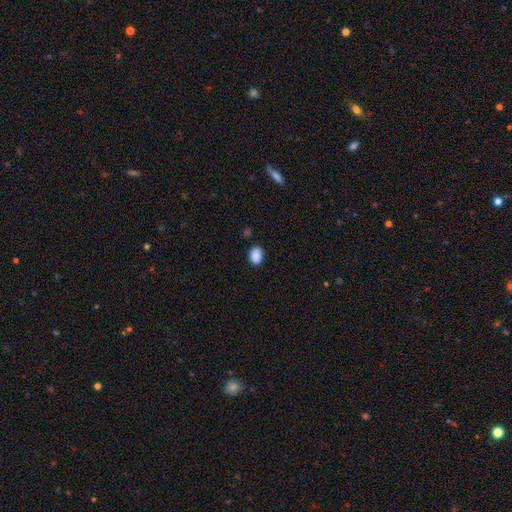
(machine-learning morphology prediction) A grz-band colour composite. It shows a smooth galaxy with no disk features (89%) that is in between round and cigar-shaped (71%). Merging: none (85%).